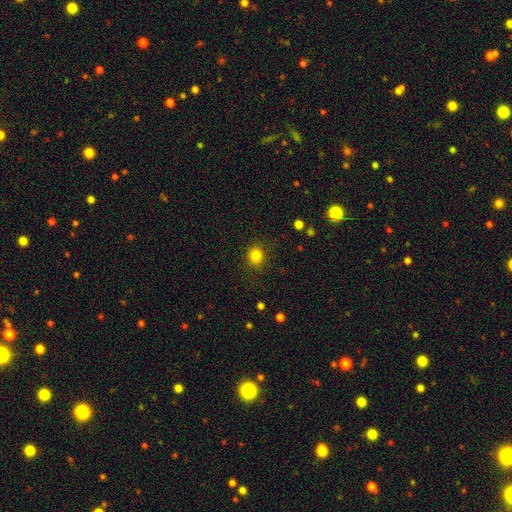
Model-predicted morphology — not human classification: Smooth or featured? Predicted: smooth (p=0.83). How rounded? Predicted: round (p=0.77). Merging? Predicted: none (p=0.87).